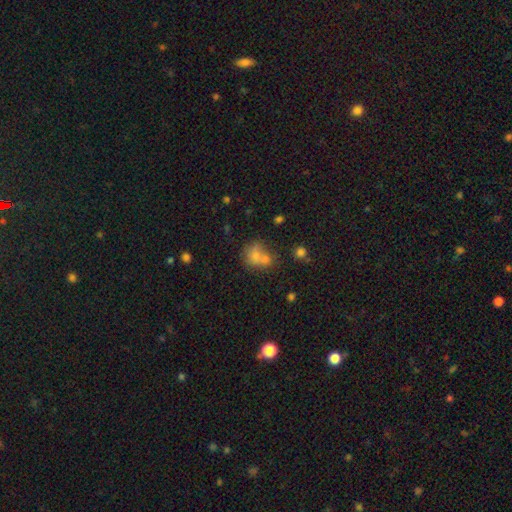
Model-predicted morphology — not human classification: type=smooth (63%); roundness=round (67%); merging=merger (48%).